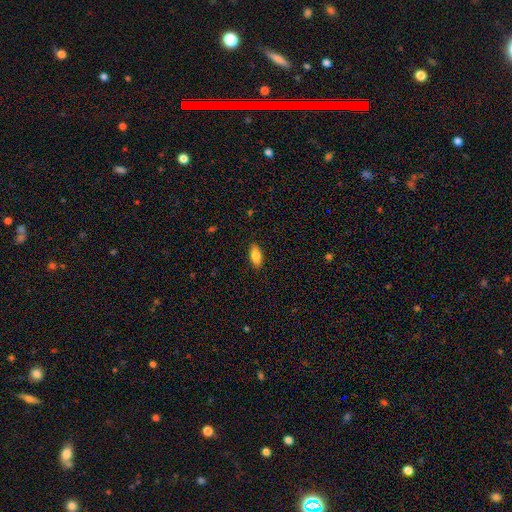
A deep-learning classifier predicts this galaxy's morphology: Overall: smooth (83%). How rounded: in between (85%). Merging: none (89%).